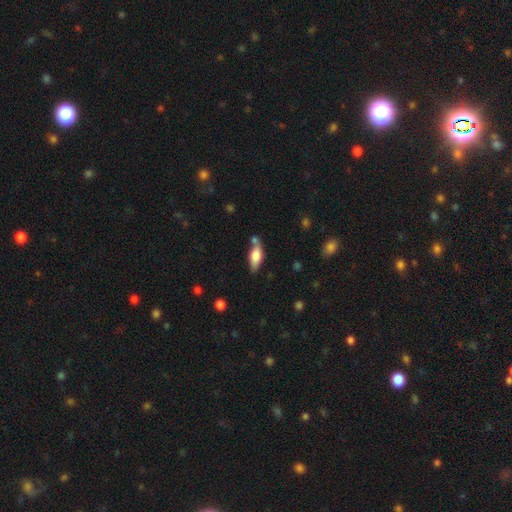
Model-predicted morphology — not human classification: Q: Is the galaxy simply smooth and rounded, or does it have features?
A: smooth — 67%.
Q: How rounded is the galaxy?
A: in between — 67%.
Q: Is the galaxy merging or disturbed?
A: none — 62%.